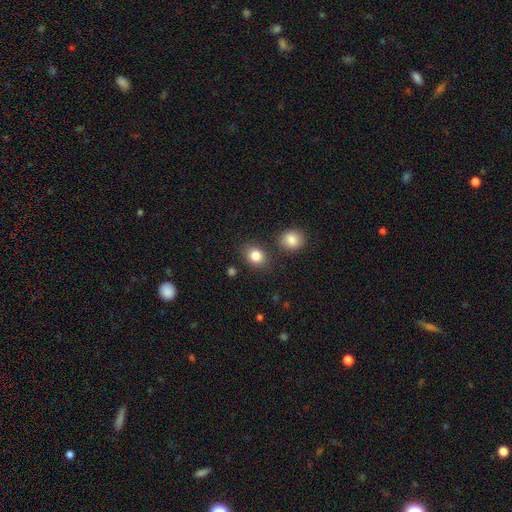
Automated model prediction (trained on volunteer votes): smooth 84%, star or artifact 10%, featured or disk 6%. Down the decision tree: how rounded — round (53%); merging — none (81%).